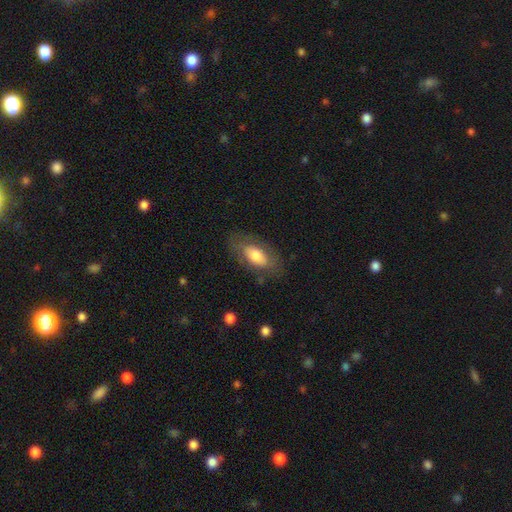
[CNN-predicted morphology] Smooth or featured: smooth — 68% (featured or disk — 26%)
How rounded: in between — 88% (cigar-shaped — 8%)
Merging: none — 74% (minor disturbance — 17%)